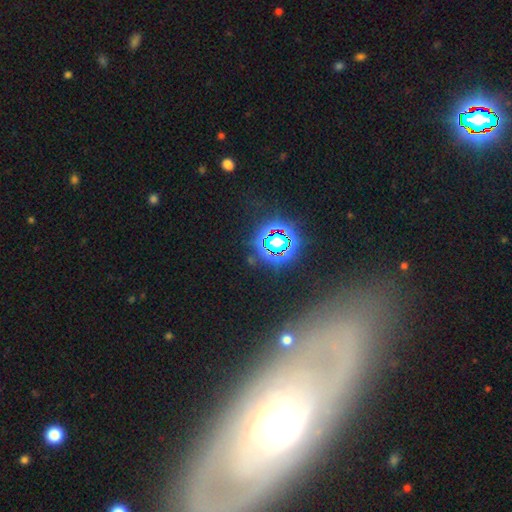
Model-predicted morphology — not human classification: Smooth or featured?
  - star or artifact: 41% *
  - featured or disk: 34%
  - smooth: 24%